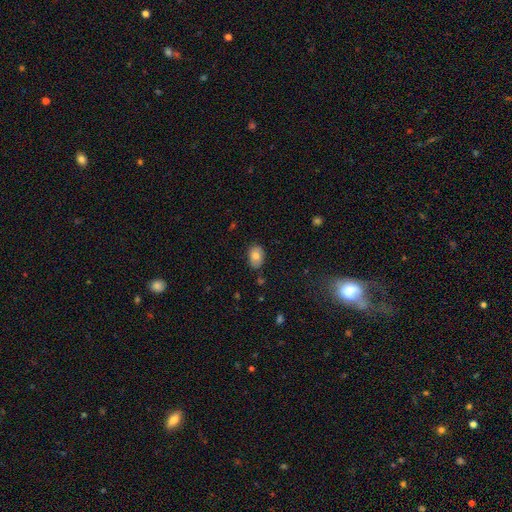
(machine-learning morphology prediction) smooth-or-featured: smooth: 78% | featured or disk: 14% | star or artifact: 8%
  how-rounded: in between: 79% | round: 20% | cigar-shaped: 1%
  merging: none: 74% | minor disturbance: 20% | major disturbance: 3% | merger: 2%